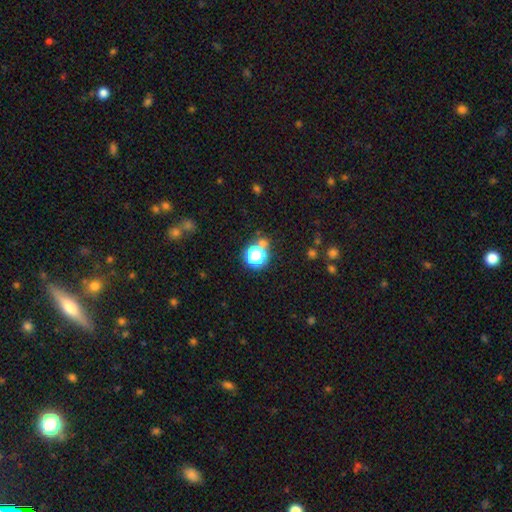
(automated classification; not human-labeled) Morphology: type=smooth (49%); merging=none (68%).